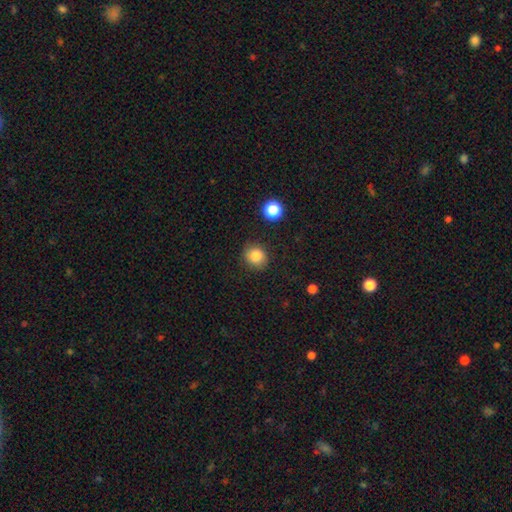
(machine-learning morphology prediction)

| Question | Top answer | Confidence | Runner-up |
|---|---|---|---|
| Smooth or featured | smooth | 84% | star or artifact (10%) |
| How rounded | round | 76% | in between (23%) |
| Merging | none | 85% | minor disturbance (10%) |